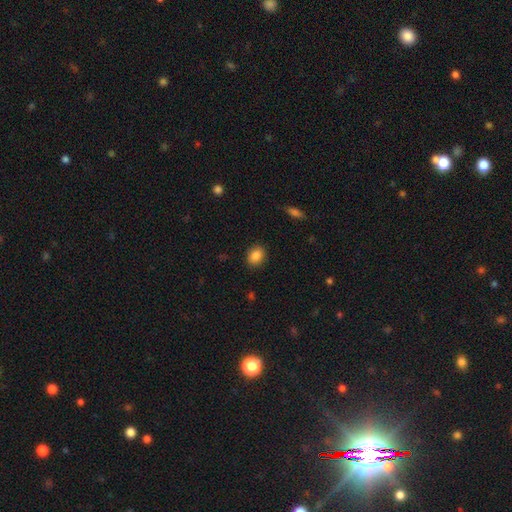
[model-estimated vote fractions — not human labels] A smooth galaxy with no disk features (86%) that is in between round and cigar-shaped (57%).

Vote fractions:
- Smooth or featured? smooth: 86% / star or artifact: 9% / featured or disk: 5%
- How rounded? in between: 57% / round: 42% / cigar-shaped: 1%
- Merging? none: 89% / minor disturbance: 8% / major disturbance: 2% / merger: 1%